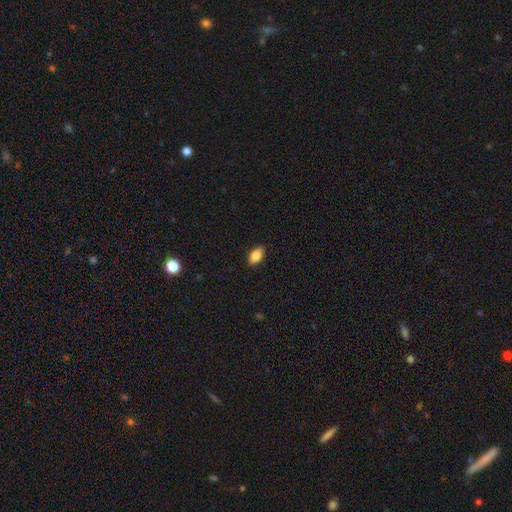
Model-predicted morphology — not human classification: Smooth or featured: smooth — 81% (featured or disk — 11%)
How rounded: in between — 89% (cigar-shaped — 6%)
Merging: none — 89% (minor disturbance — 9%)